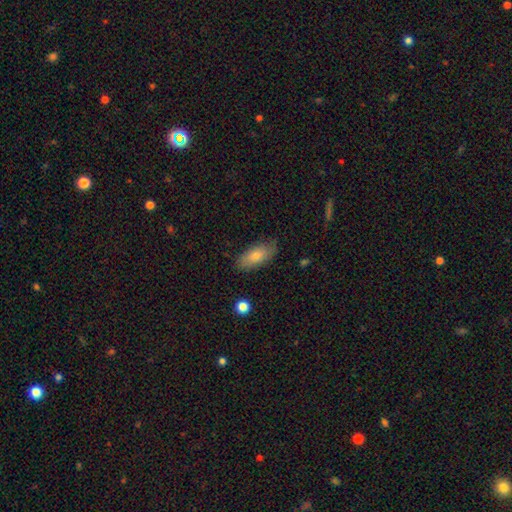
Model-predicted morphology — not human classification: smooth 75%, featured or disk 18%, star or artifact 7%. Down the decision tree: how rounded — in between (81%); merging — none (81%).